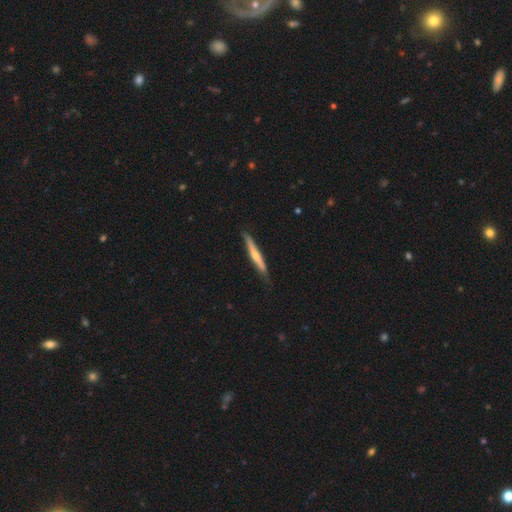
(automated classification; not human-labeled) Smooth or featured: featured or disk — 52% (smooth — 43%)
Edge-on disk: yes — 95% (no — 5%)
Merging: none — 80% (minor disturbance — 17%)